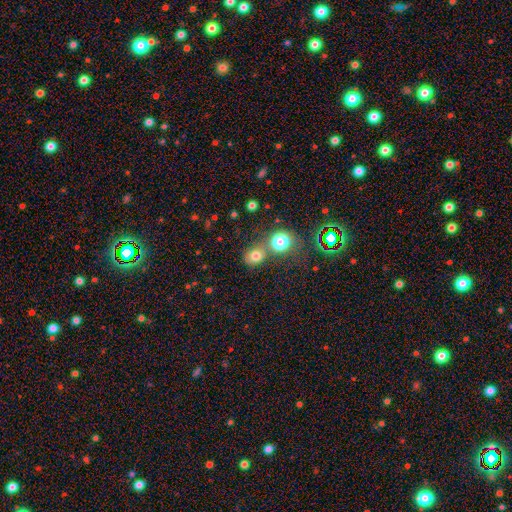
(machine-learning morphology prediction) Smooth or featured?
  - smooth: 73% *
  - star or artifact: 18%
  - featured or disk: 9%
How rounded?
  - round: 65% *
  - in between: 34%
  - cigar-shaped: 1%
Merging?
  - none: 53% *
  - merger: 31%
  - minor disturbance: 11%
  - major disturbance: 6%